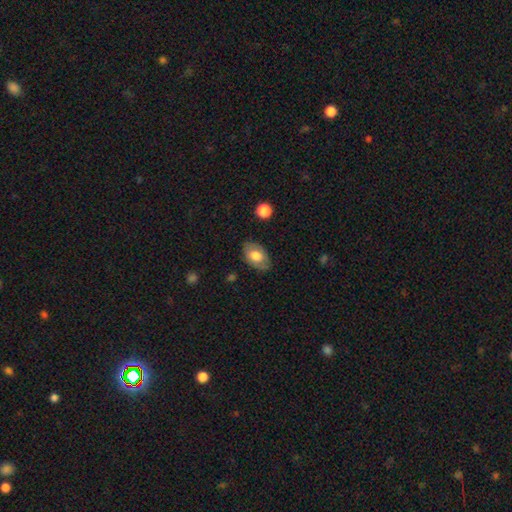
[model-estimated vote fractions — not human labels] Smooth or featured? smooth (71%)
How rounded? in between (90%)
Merging? none (79%)